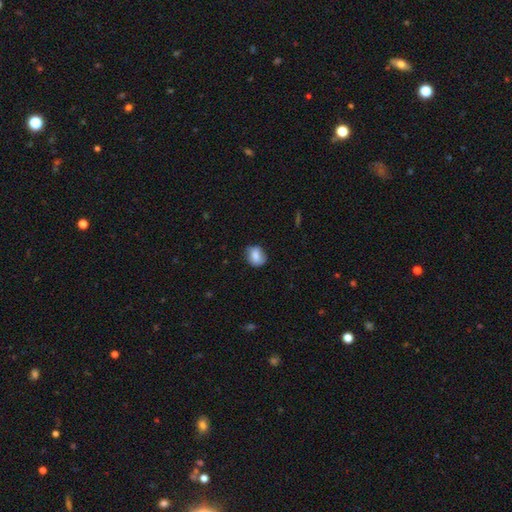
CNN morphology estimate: This is likely a smooth galaxy (76%). How rounded: possibly round (57%). Merging: likely none (74%).